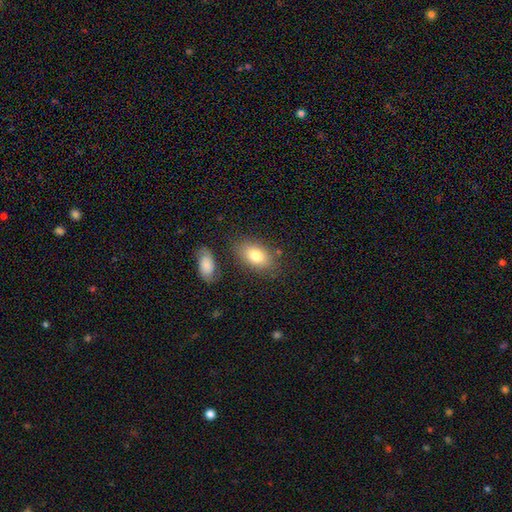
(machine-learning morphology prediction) Overall: smooth (80%). How rounded: in between (86%). Merging: none (77%).